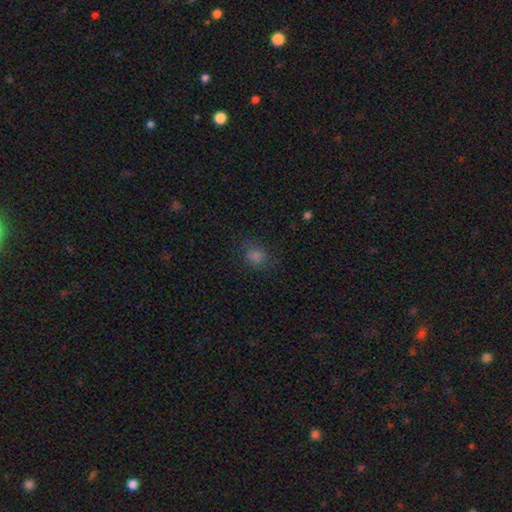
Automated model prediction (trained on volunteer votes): A smooth galaxy with no disk features (67%) that is round (63%).

Vote fractions:
- Smooth or featured? smooth: 67% / star or artifact: 23% / featured or disk: 9%
- How rounded? round: 63% / in between: 36% / cigar-shaped: 1%
- Merging? none: 77% / minor disturbance: 16% / major disturbance: 6% / merger: 1%